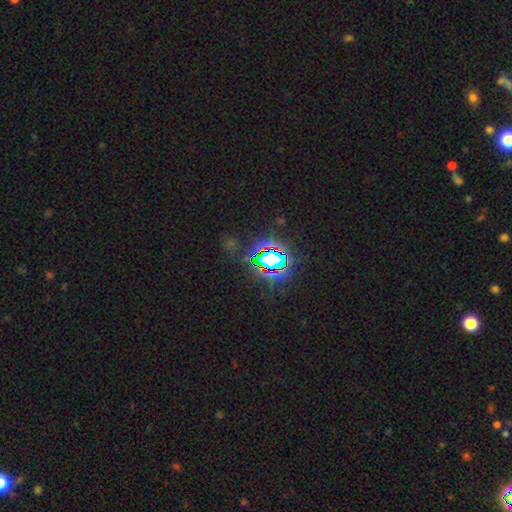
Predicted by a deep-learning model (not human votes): smooth-or-featured: star or artifact: 79% | smooth: 13% | featured or disk: 8%